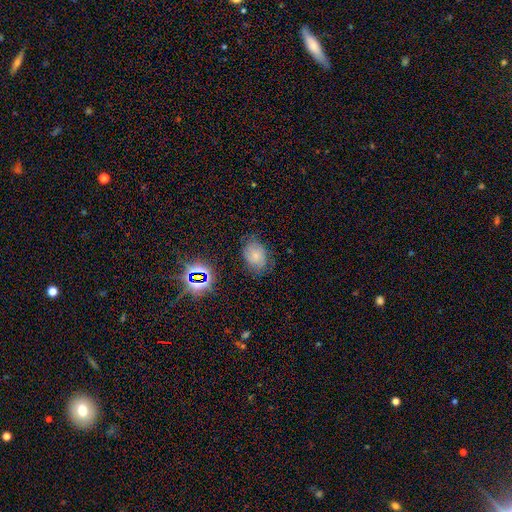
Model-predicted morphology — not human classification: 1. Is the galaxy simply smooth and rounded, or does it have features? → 59% smooth, 24% featured or disk, 17% star or artifact.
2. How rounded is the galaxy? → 64% in between, 35% round, 1% cigar-shaped.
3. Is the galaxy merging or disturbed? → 69% none, 22% minor disturbance, 7% major disturbance, 2% merger.